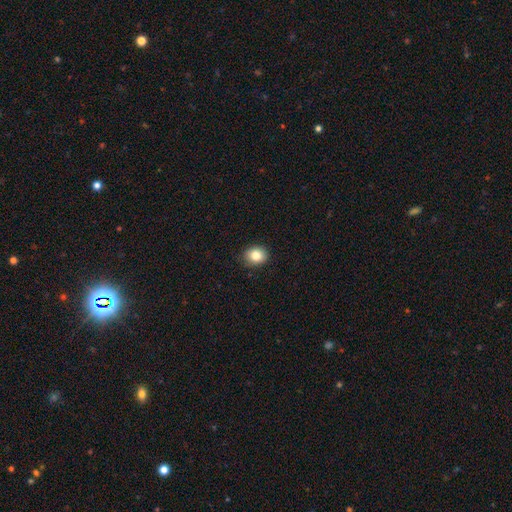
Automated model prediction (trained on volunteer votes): This appears to be a smooth galaxy with no disk features (84%) that is round (60%). Merging: none (87%).